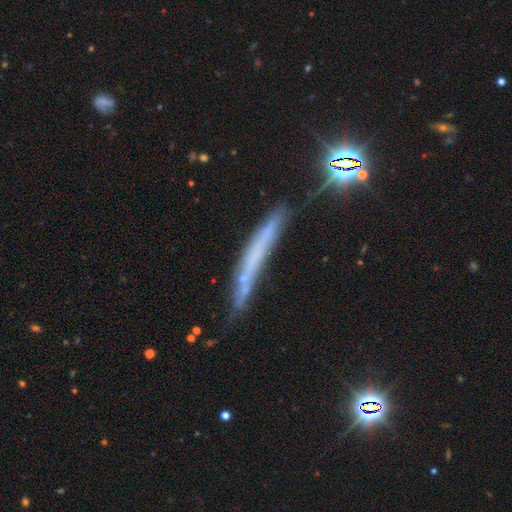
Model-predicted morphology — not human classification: The model was most divided on "smooth or featured": featured or disk: 44%, smooth: 39%, star or artifact: 17%. More confident: merging — none (66%).